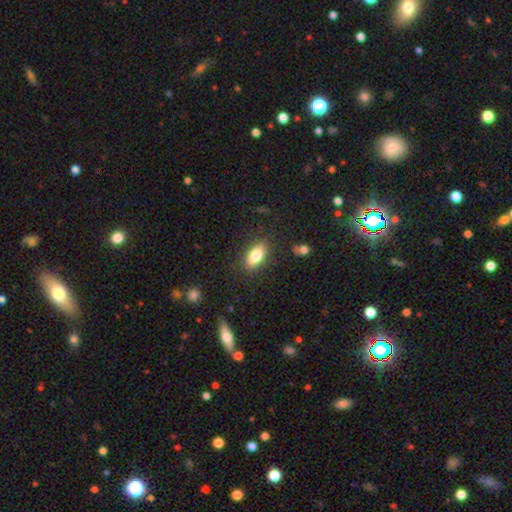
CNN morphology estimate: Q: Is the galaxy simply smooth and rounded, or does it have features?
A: smooth — 82%.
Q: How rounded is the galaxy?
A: in between — 87%.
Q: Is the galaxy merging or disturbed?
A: none — 85%.